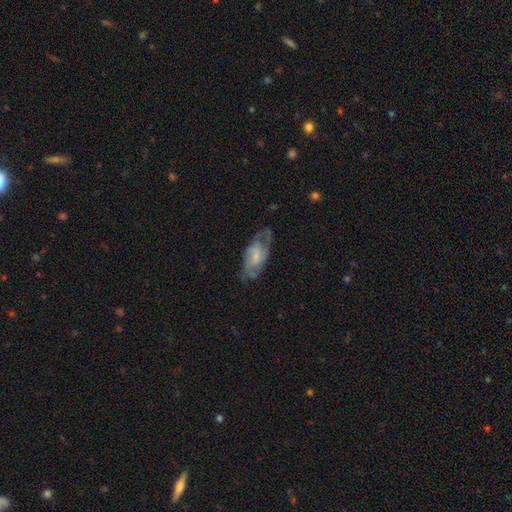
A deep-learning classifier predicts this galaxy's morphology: This is likely a featured or disk galaxy (65%). It is clearly not viewed edge-on (92%). Bar: possibly no (52%). Spiral arm pattern: clearly yes (82%). Central bulge: marginally small (45%). Merging: possibly none (56%).